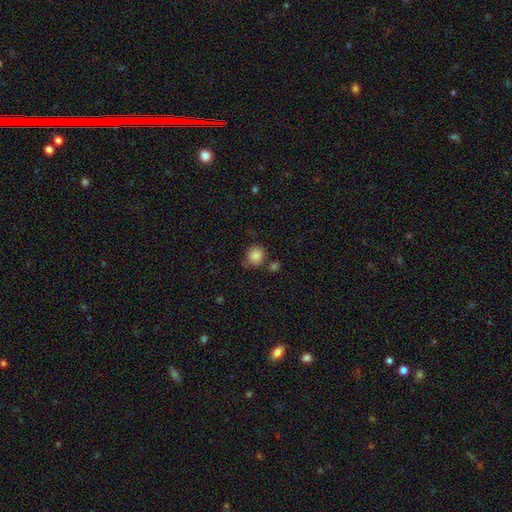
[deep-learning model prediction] smooth_or_featured: smooth (p=0.86) [alt: star or artifact p=0.09]
how_rounded: round (p=0.85) [alt: in between p=0.14]
merging: none (p=0.68) [alt: minor disturbance p=0.16]